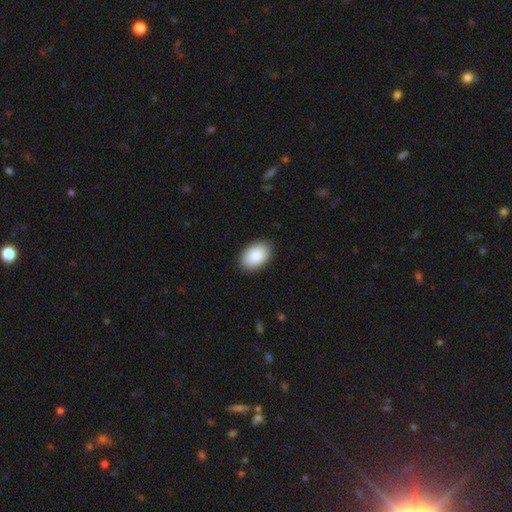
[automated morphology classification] smooth 90%, star or artifact 6%, featured or disk 4%. Down the decision tree: how rounded — in between (89%); merging — none (88%).